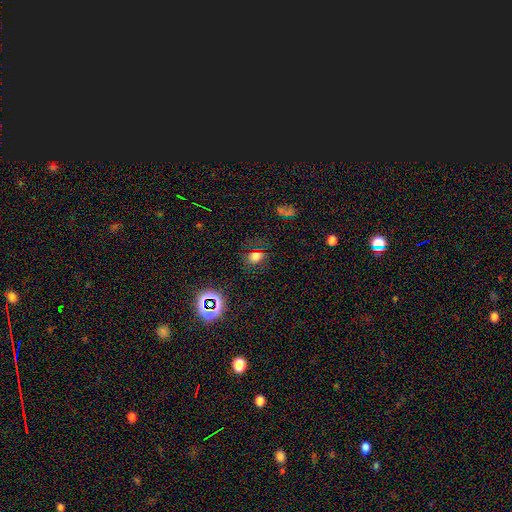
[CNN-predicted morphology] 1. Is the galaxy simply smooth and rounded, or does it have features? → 62% smooth, 29% star or artifact, 9% featured or disk.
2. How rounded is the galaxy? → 56% round, 42% in between, 2% cigar-shaped.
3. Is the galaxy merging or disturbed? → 77% none, 13% minor disturbance, 7% major disturbance, 3% merger.